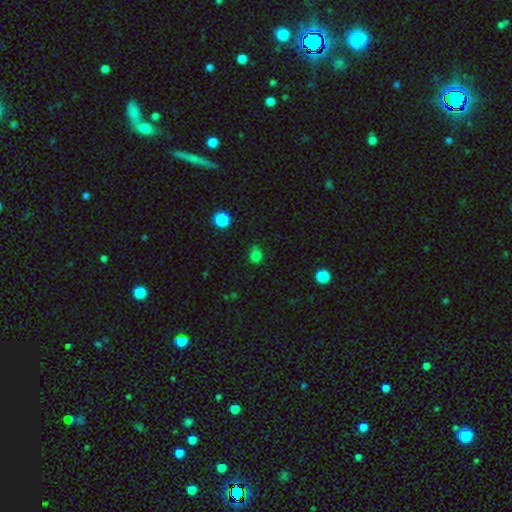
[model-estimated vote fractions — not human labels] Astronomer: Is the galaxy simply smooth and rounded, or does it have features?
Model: smooth — 76%.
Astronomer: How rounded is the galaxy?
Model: round — 63%.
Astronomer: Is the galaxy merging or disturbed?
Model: none — 61%.